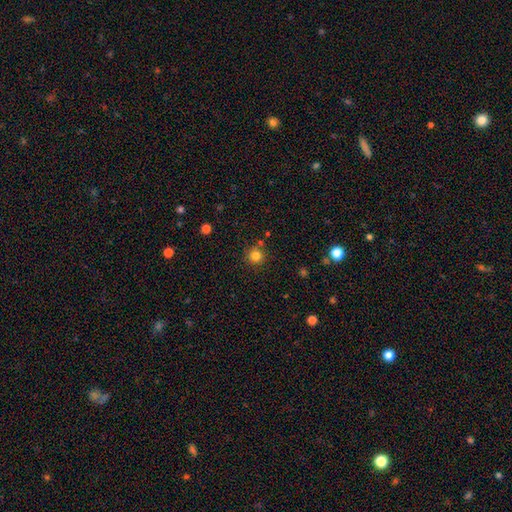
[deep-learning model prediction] A smooth galaxy with no disk features (81%) that is round (94%). Merging: none (83%).